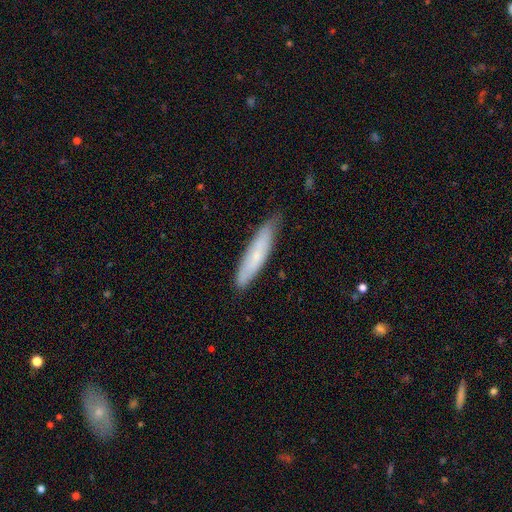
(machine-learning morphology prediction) A smooth galaxy with no disk features (61%) that is cigar-shaped (83%).

Vote fractions:
- Smooth or featured? smooth: 61% / featured or disk: 32% / star or artifact: 7%
- How rounded? cigar-shaped: 83% / in between: 16% / round: 1%
- Merging? none: 76% / minor disturbance: 20% / major disturbance: 3% / merger: 1%